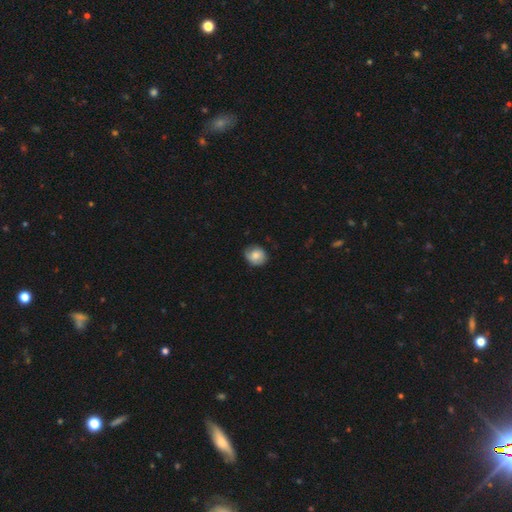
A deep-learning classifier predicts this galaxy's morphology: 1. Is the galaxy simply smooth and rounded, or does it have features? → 76% smooth, 16% featured or disk, 8% star or artifact.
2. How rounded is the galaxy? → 75% round, 24% in between, 1% cigar-shaped.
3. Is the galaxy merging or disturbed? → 75% none, 20% minor disturbance, 4% major disturbance, 1% merger.